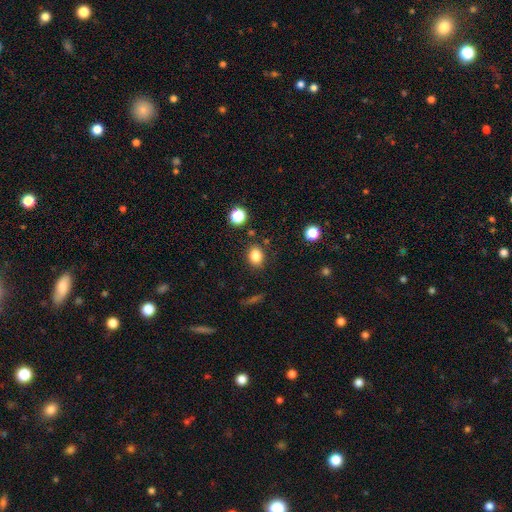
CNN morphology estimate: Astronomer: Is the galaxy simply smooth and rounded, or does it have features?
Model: smooth — 83%.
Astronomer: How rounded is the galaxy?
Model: in between — 51% (runner-up: round, 48%).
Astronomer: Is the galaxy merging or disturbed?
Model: none — 81%.